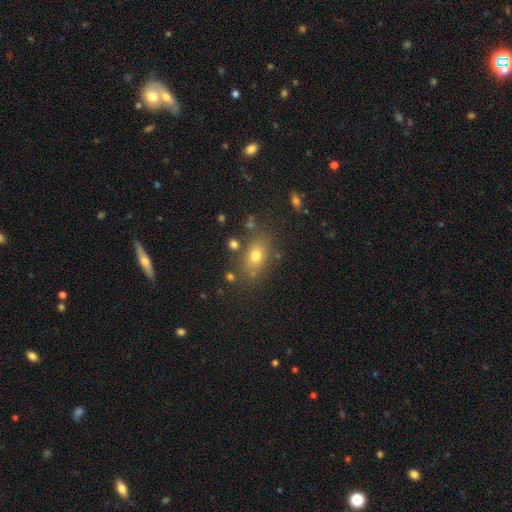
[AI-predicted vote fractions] Q: Smooth or featured?
A: smooth (72%); runner-up: star or artifact (15%)
Q: How rounded?
A: in between (72%); runner-up: round (24%)
Q: Merging?
A: none (78%); runner-up: minor disturbance (12%)